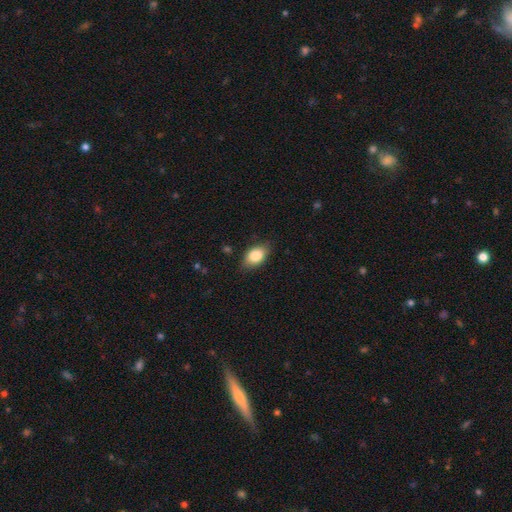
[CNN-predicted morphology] Smooth or featured?
  - smooth: 83% *
  - featured or disk: 9%
  - star or artifact: 7%
How rounded?
  - in between: 87% *
  - round: 11%
  - cigar-shaped: 2%
Merging?
  - none: 81% *
  - minor disturbance: 15%
  - major disturbance: 3%
  - merger: 1%